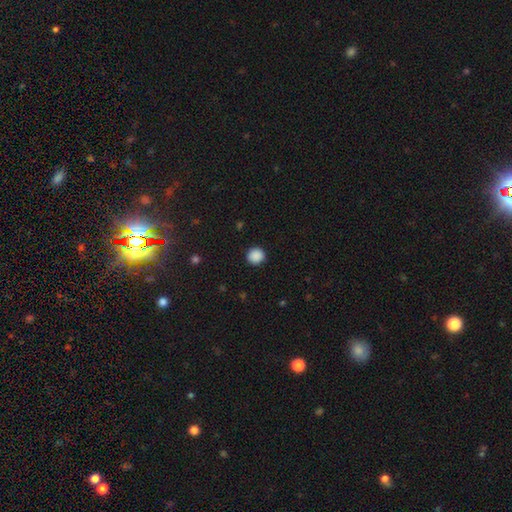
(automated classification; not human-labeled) Morphology: type=smooth (89%); roundness=round (92%); merging=none (92%).